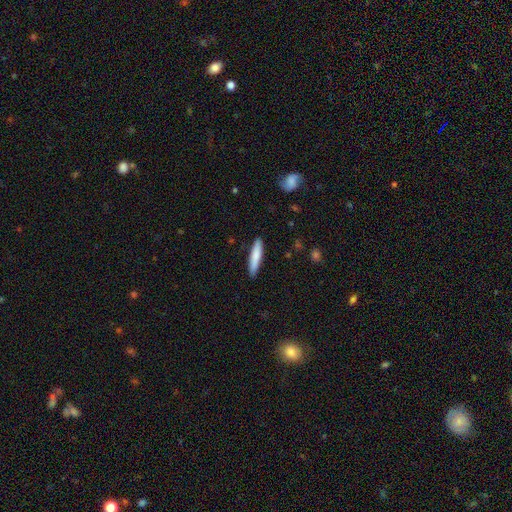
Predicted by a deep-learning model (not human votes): Smooth or featured?
  - smooth: 80% *
  - featured or disk: 14%
  - star or artifact: 5%
How rounded?
  - cigar-shaped: 87% *
  - in between: 11%
  - round: 1%
Merging?
  - none: 88% *
  - minor disturbance: 9%
  - major disturbance: 2%
  - merger: 1%